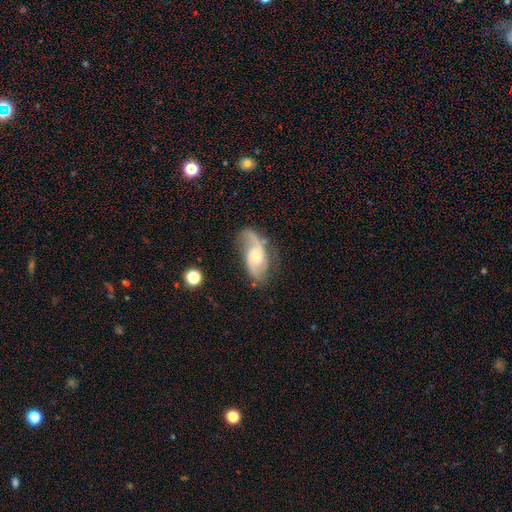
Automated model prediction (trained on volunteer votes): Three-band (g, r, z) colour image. It shows a featured or disk galaxy (81%) with no bar (64%), 2 (79%) medium (46%) spiral arms (95%) and a small central bulge (54%). Merging: none (62%).